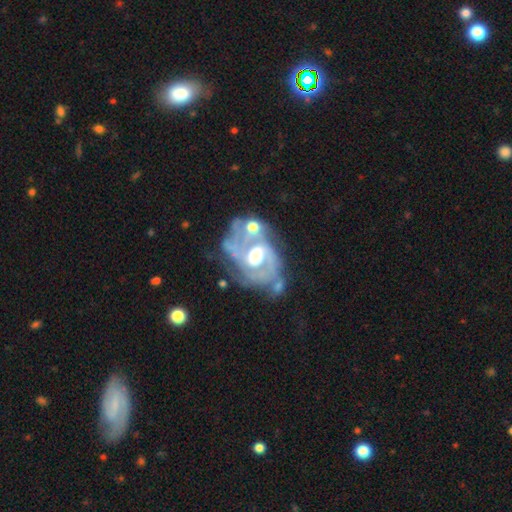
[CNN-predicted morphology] A featured or disk galaxy (87%) with no bar (47%), 2 (50%) medium (45%) spiral arms (92%) and a moderate central bulge (70%).

Vote fractions:
- Smooth or featured? featured or disk: 87% / smooth: 7% / star or artifact: 6%
- Edge-on disk? no: 97% / yes: 3%
- Bar? no: 47% / weak: 38% / strong: 15%
- Spiral arms? yes: 92% / no: 8%
- Spiral winding? medium: 45% / tight: 41% / loose: 15%
- Spiral arm count? 2: 50% / can't tell: 21% / 3: 16% / 1: 5% / 4: 5% / more than 4: 4%
- Bulge size? moderate: 70% / large: 19% / small: 9% / none: 2% / dominant: 1%
- Merging? none: 35% / merger: 26% / major disturbance: 20% / minor disturbance: 19%